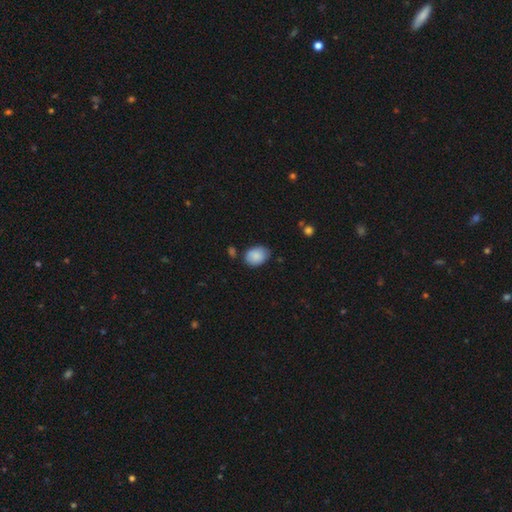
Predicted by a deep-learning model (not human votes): smooth-or-featured: smooth: 88% | star or artifact: 7% | featured or disk: 5%
  how-rounded: in between: 73% | round: 26% | cigar-shaped: 1%
  merging: none: 72% | minor disturbance: 20% | merger: 4% | major disturbance: 4%